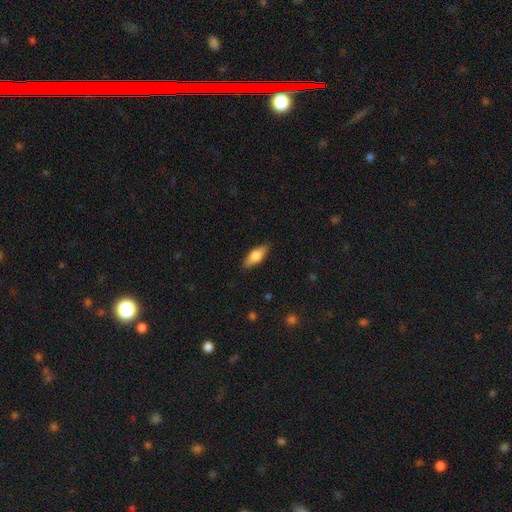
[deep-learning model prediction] smooth_or_featured: smooth (p=0.68) [alt: featured or disk p=0.26]
how_rounded: in between (p=0.70) [alt: cigar-shaped p=0.27]
merging: none (p=0.88) [alt: minor disturbance p=0.09]